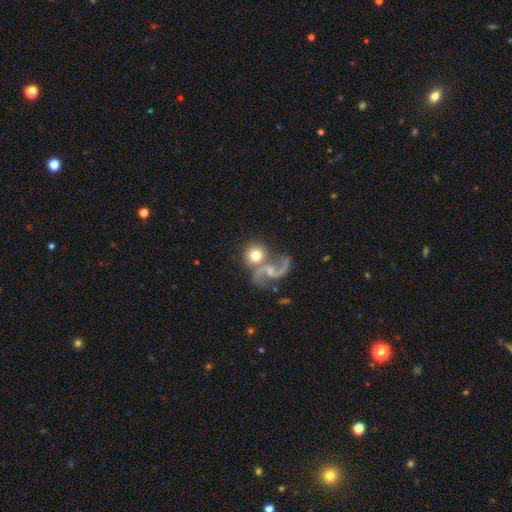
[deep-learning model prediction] Smooth or featured? smooth (55%)
How rounded? round (87%)
Merging? none (52%)